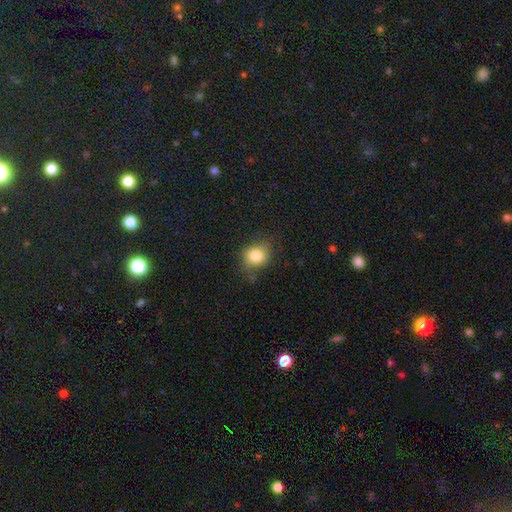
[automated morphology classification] smooth-or-featured: smooth: 81% | star or artifact: 11% | featured or disk: 8%
  how-rounded: round: 66% | in between: 33% | cigar-shaped: 1%
  merging: none: 75% | minor disturbance: 18% | major disturbance: 5% | merger: 2%